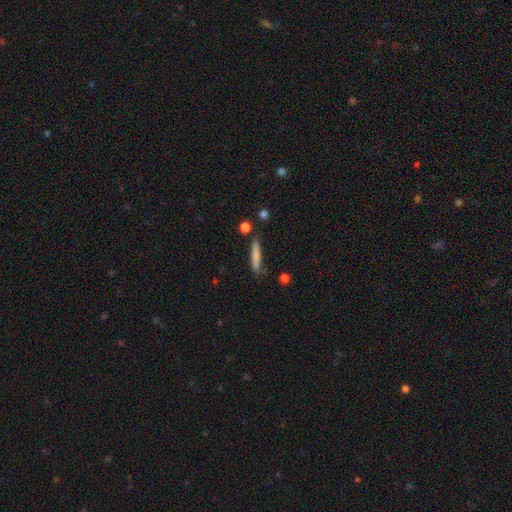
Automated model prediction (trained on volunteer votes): This appears to be a smooth galaxy with no disk features (76%) that is cigar-shaped (92%). Merging: none (82%).